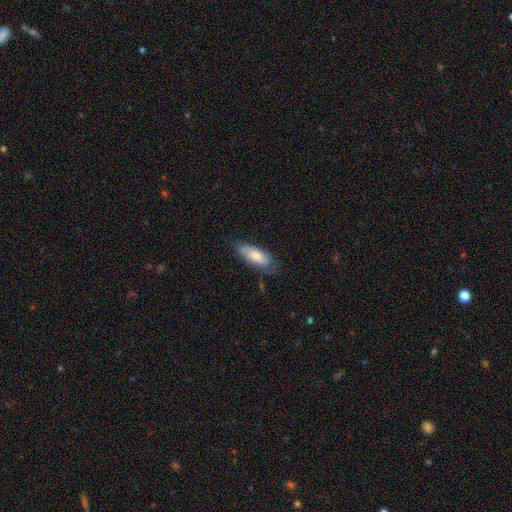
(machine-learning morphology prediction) This appears to be a smooth galaxy with no disk features (73%) that is in between round and cigar-shaped (76%). Merging: none (69%).